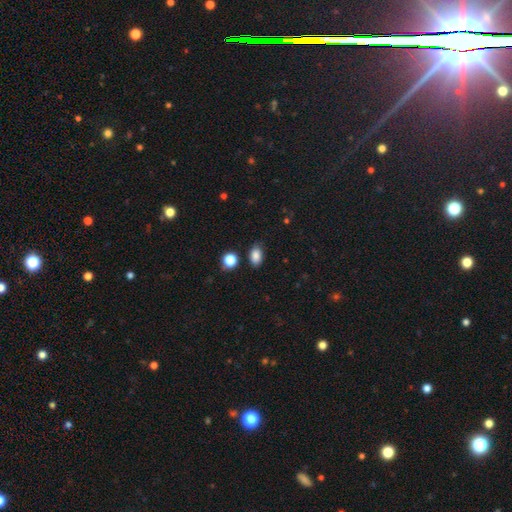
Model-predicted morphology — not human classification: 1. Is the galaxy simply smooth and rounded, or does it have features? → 85% smooth, 10% star or artifact, 5% featured or disk.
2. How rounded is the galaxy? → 85% in between, 14% round, 1% cigar-shaped.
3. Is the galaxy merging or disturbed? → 81% none, 13% minor disturbance, 3% merger, 3% major disturbance.